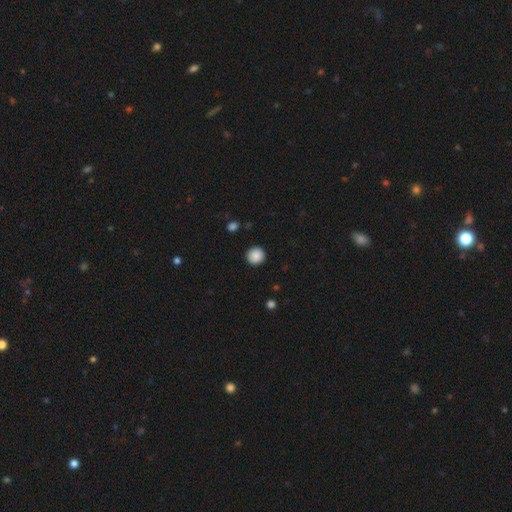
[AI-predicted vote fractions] Morphology: type=smooth (89%); roundness=round (93%); merging=none (92%).